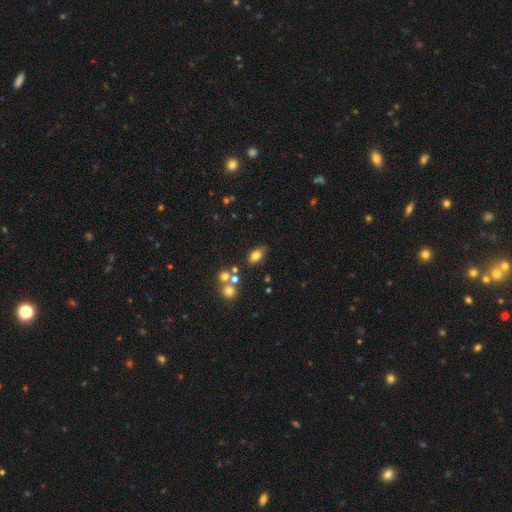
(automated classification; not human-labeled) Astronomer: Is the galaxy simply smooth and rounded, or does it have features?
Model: smooth — 74%.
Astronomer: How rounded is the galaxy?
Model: in between — 83%.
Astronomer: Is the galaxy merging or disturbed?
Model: none — 70%.